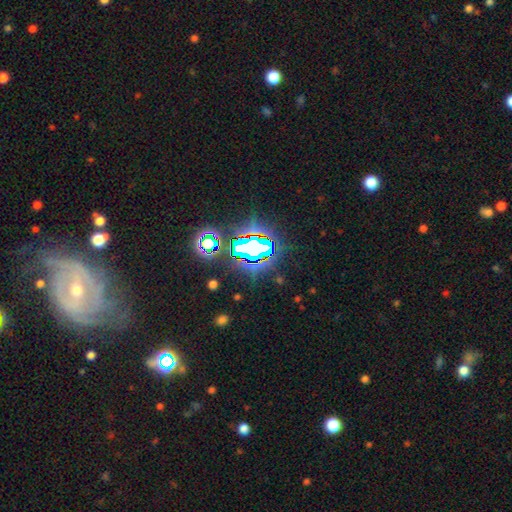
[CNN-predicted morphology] Smooth or featured? Predicted: star or artifact (p=0.77).